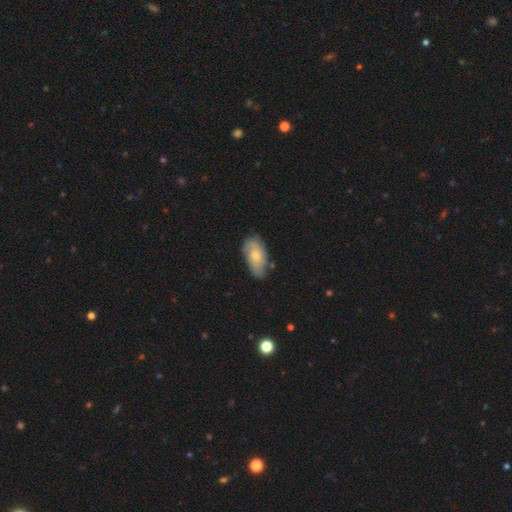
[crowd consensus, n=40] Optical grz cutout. It shows a smooth galaxy with no disk features (65%) that is in between round and cigar-shaped (92%). Merging: none (60%).